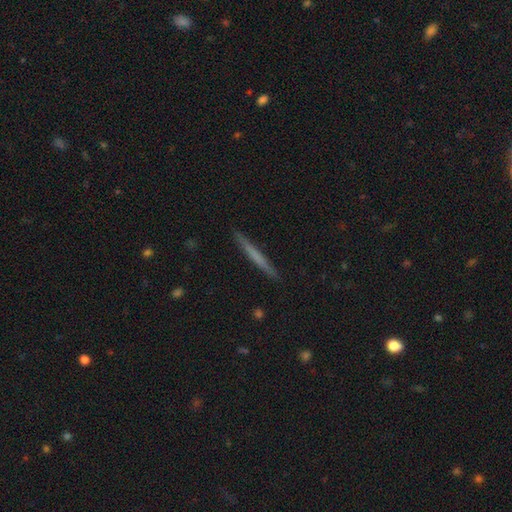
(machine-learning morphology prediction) Smooth or featured: smooth — 54% (featured or disk — 41%)
How rounded: cigar-shaped — 97% (in between — 2%)
Merging: none — 91% (minor disturbance — 6%)